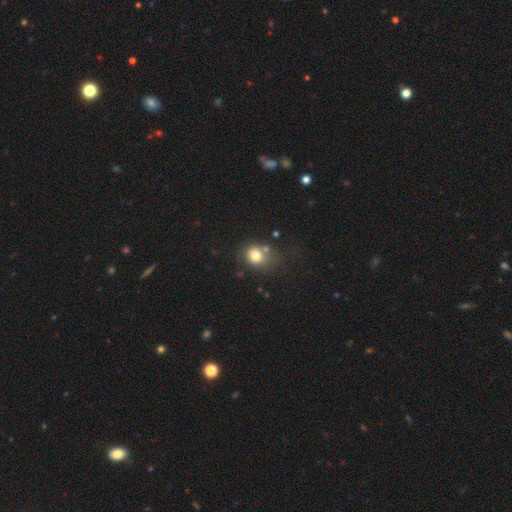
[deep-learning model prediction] smooth-or-featured: smooth: 77% | star or artifact: 12% | featured or disk: 11%
  how-rounded: round: 66% | in between: 33% | cigar-shaped: 1%
  merging: none: 53% | minor disturbance: 20% | merger: 17% | major disturbance: 10%